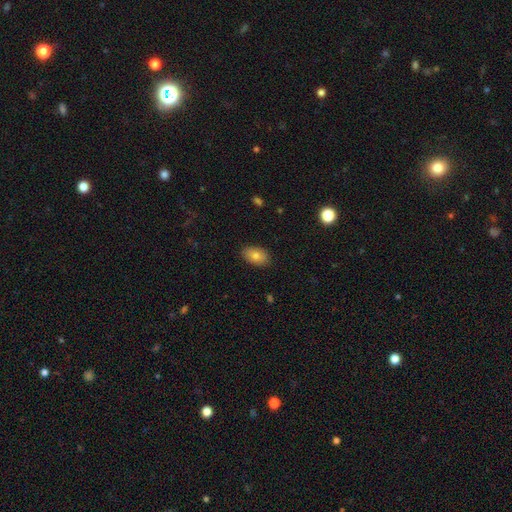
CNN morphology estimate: Q: Smooth or featured?
A: smooth (80%); runner-up: featured or disk (12%)
Q: How rounded?
A: in between (90%); runner-up: round (8%)
Q: Merging?
A: none (87%); runner-up: minor disturbance (10%)